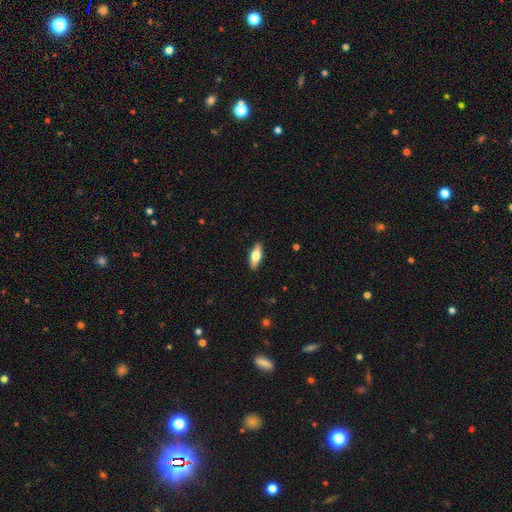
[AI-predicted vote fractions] A smooth galaxy with no disk features (65%) that is in between round and cigar-shaped (67%). Merging: none (90%).